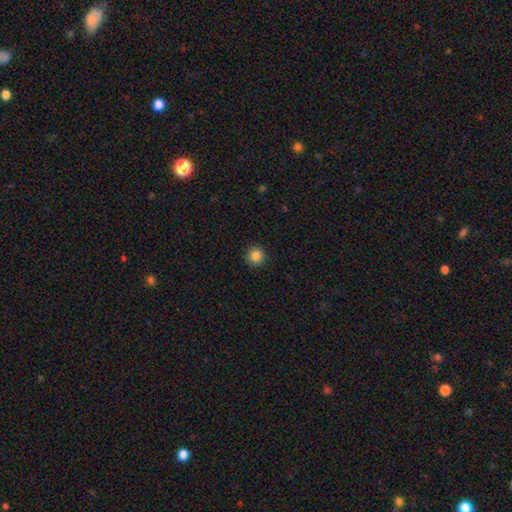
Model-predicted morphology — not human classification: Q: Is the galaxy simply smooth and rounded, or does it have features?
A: smooth — 85%.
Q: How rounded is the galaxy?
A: round — 94%.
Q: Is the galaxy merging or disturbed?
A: none — 91%.